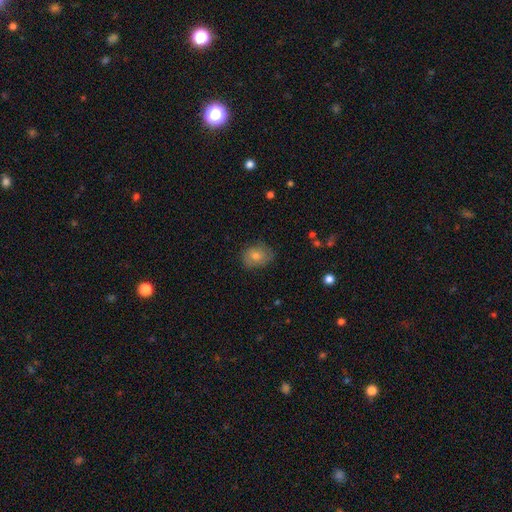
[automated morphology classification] A smooth galaxy with no disk features (73%) that is round (53%).

Vote fractions:
- Smooth or featured? smooth: 73% / featured or disk: 15% / star or artifact: 12%
- How rounded? round: 53% / in between: 46% / cigar-shaped: 1%
- Merging? none: 78% / minor disturbance: 17% / major disturbance: 4% / merger: 1%